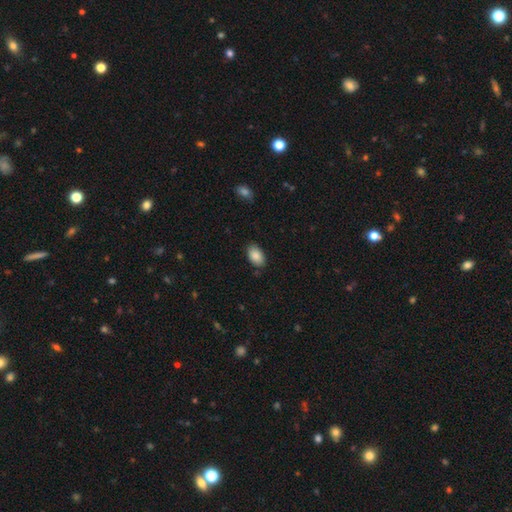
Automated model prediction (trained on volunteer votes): The model was most divided on "merging": none: 85%, minor disturbance: 11%, major disturbance: 2%, merger: 1%. More confident: how rounded — in between (92%); smooth or featured — smooth (89%).